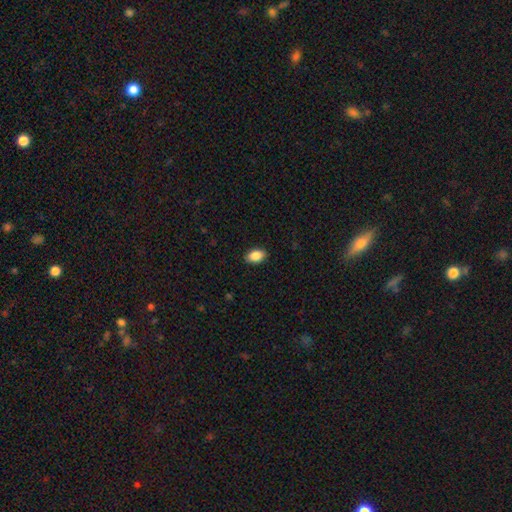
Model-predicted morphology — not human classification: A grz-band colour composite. It shows a smooth galaxy with no disk features (87%) that is in between round and cigar-shaped (89%). Merging: none (89%).